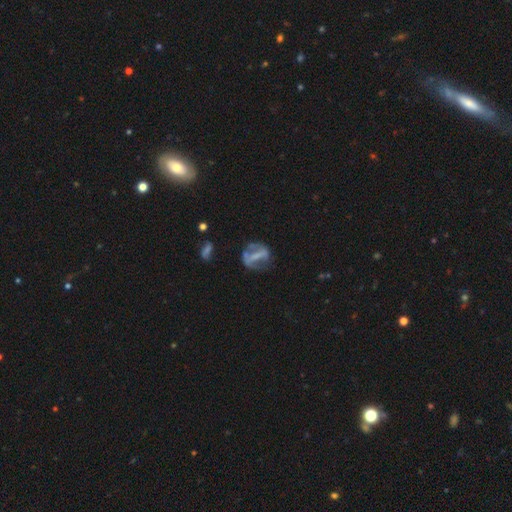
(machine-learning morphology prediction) A featured or disk galaxy (63%) with a strong bar (55%), no spiral arms (58%) and no central bulge (51%).

Vote fractions:
- Smooth or featured? featured or disk: 63% / smooth: 27% / star or artifact: 10%
- Edge-on disk? no: 93% / yes: 7%
- Bar? strong: 55% / weak: 23% / no: 21%
- Spiral arms? no: 58% / yes: 42%
- Bulge size? none: 51% / small: 23% / moderate: 18% / large: 5% / dominant: 2%
- Merging? none: 48% / major disturbance: 24% / minor disturbance: 23% / merger: 5%